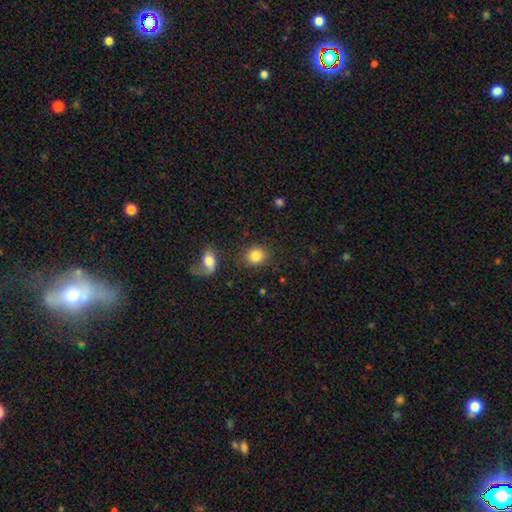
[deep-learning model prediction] The model was most divided on "how rounded": round: 73%, in between: 25%, cigar-shaped: 1%. More confident: smooth or featured — smooth (85%); merging — none (81%).